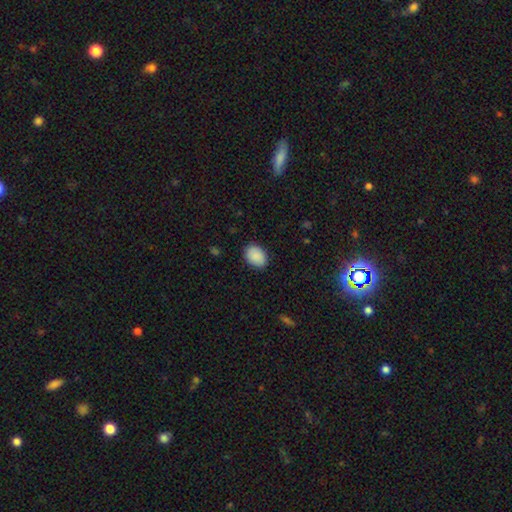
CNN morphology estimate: This appears to be a smooth galaxy with no disk features (90%) that is in between round and cigar-shaped (70%). Merging: none (87%).